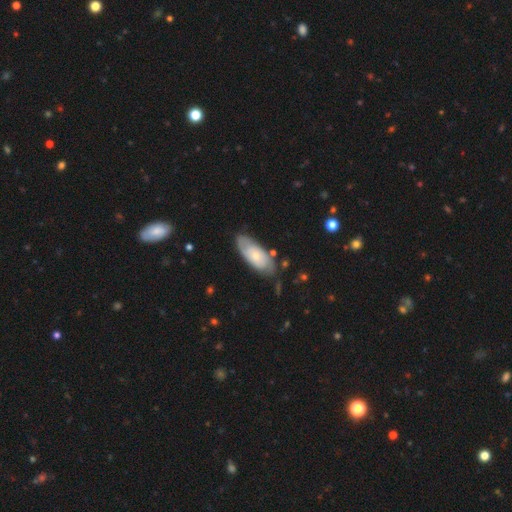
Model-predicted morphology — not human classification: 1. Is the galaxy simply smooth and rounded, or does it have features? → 50% featured or disk, 44% smooth, 6% star or artifact.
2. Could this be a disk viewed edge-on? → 87% no, 13% yes.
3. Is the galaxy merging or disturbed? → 70% none, 21% minor disturbance, 6% major disturbance, 3% merger.